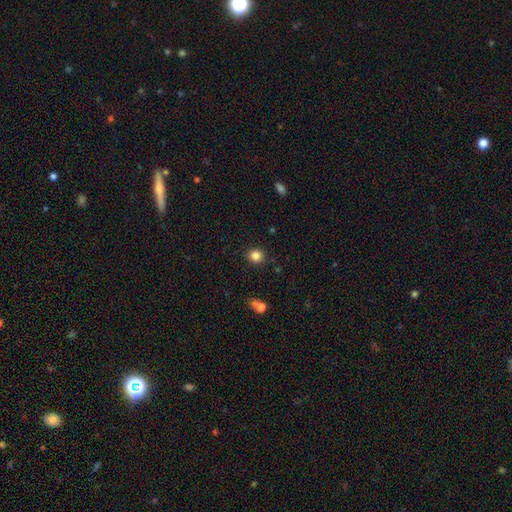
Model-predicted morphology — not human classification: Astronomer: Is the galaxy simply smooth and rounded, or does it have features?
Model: smooth — 84%.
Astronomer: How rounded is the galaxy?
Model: round — 87%.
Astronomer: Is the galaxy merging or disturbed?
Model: none — 89%.